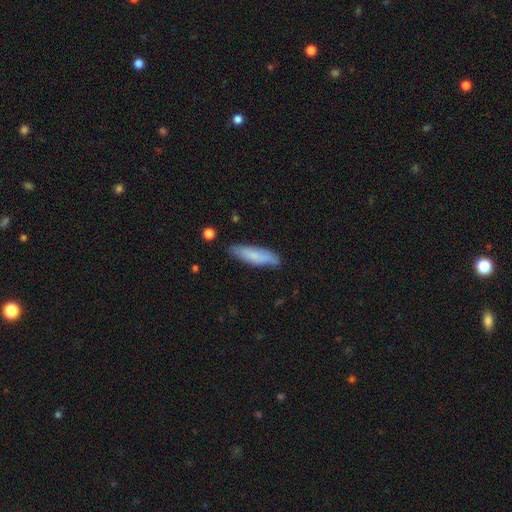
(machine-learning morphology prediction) smooth 72%, featured or disk 21%, star or artifact 6%. Down the decision tree: how rounded — cigar-shaped (65%); merging — none (77%).